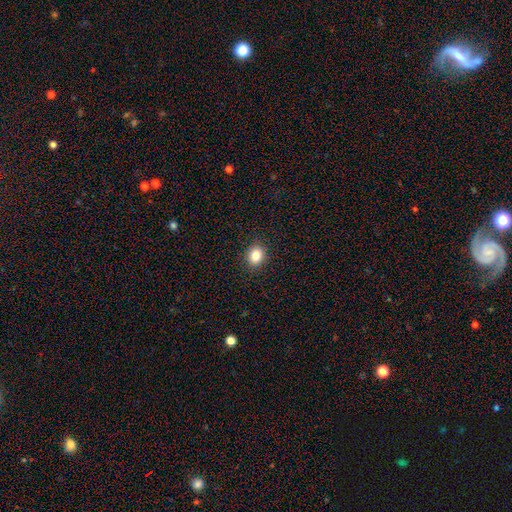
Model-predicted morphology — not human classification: Q: Smooth or featured?
A: smooth (84%); runner-up: star or artifact (11%)
Q: How rounded?
A: round (62%); runner-up: in between (37%)
Q: Merging?
A: none (90%); runner-up: minor disturbance (7%)